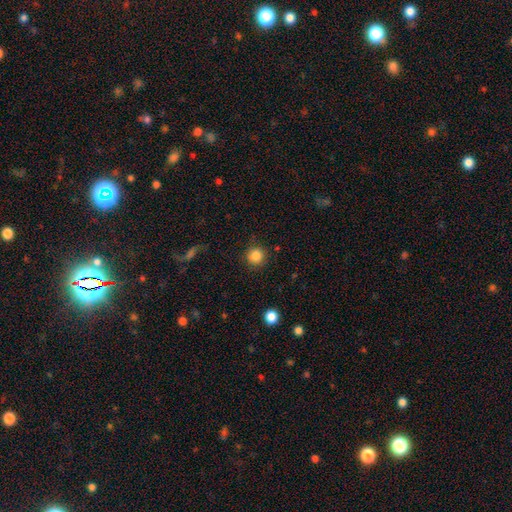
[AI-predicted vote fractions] smooth_or_featured: smooth (p=0.85) [alt: star or artifact p=0.11]
how_rounded: round (p=0.94) [alt: in between p=0.05]
merging: none (p=0.88) [alt: minor disturbance p=0.07]